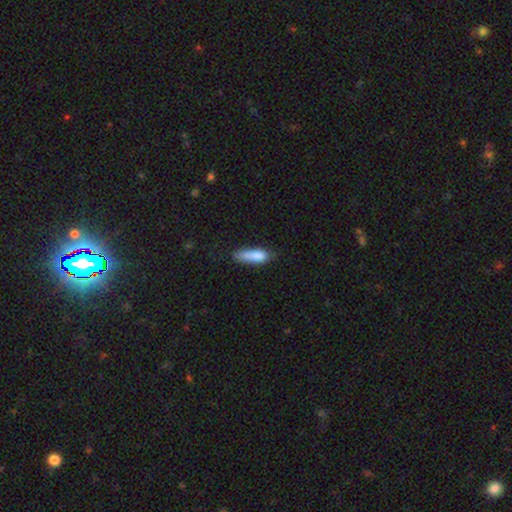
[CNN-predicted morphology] smooth_or_featured: smooth (p=0.80) [alt: featured or disk p=0.12]
how_rounded: cigar-shaped (p=0.53) [alt: in between p=0.45]
merging: none (p=0.52) [alt: minor disturbance p=0.31]